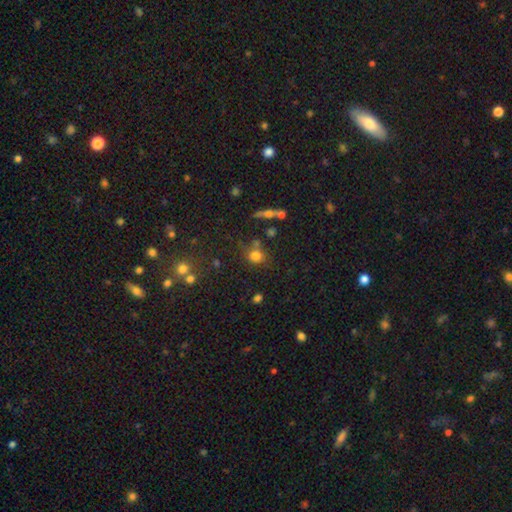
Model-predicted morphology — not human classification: Smooth or featured? Predicted: smooth (p=0.74). How rounded? Predicted: round (p=0.74). Merging? Predicted: none (p=0.61).